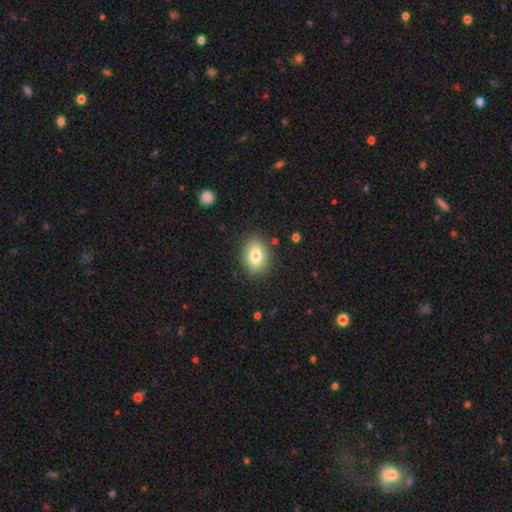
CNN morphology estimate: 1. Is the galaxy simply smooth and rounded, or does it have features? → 78% smooth, 13% featured or disk, 9% star or artifact.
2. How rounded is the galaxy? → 70% in between, 28% round, 1% cigar-shaped.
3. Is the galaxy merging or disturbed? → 85% none, 11% minor disturbance, 3% major disturbance, 2% merger.